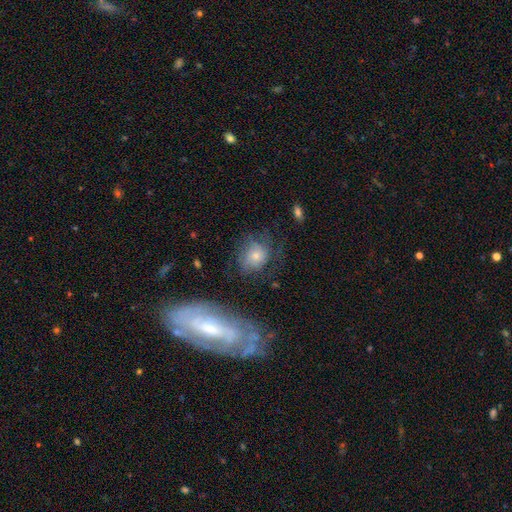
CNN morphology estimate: Smooth or featured?
  - smooth: 55% *
  - featured or disk: 34%
  - star or artifact: 11%
How rounded?
  - round: 64% *
  - in between: 35%
  - cigar-shaped: 1%
Merging?
  - none: 53% *
  - minor disturbance: 23%
  - major disturbance: 21%
  - merger: 4%